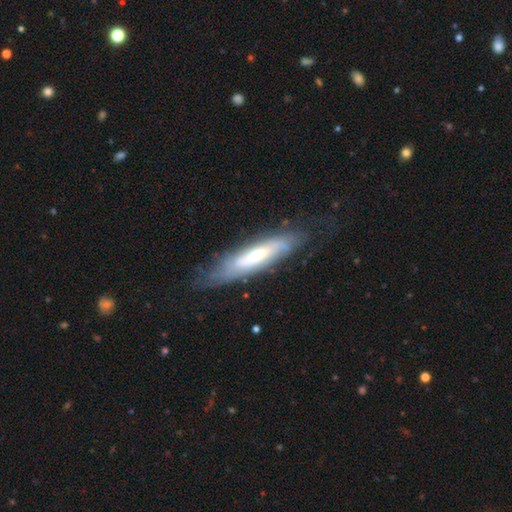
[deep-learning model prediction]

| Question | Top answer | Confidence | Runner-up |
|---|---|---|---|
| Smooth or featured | featured or disk | 54% | smooth (39%) |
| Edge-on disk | no | 54% | yes (46%) |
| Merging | none | 66% | minor disturbance (23%) |